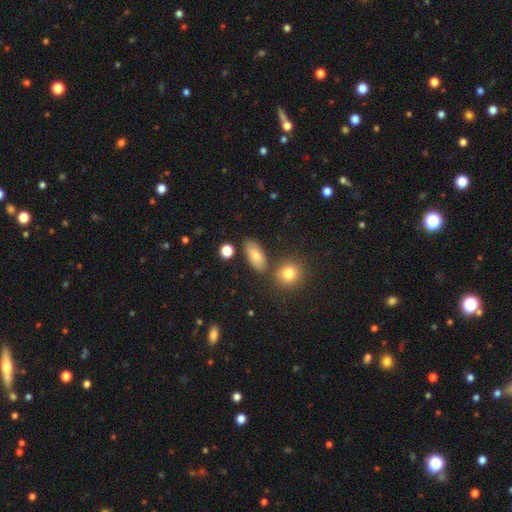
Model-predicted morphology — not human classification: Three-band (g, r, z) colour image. It shows a smooth galaxy with no disk features (79%) that is in between round and cigar-shaped (87%). Merging: none (76%).